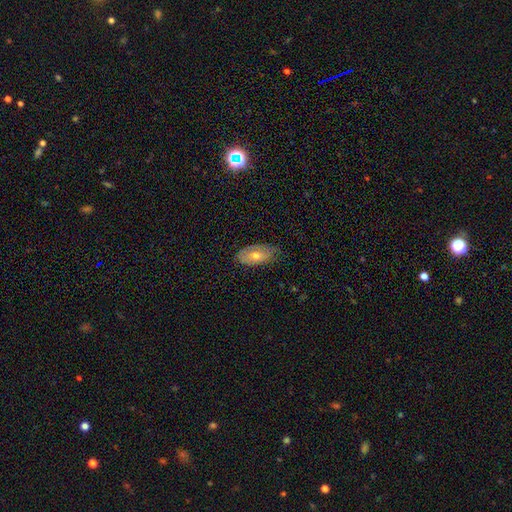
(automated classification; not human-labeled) This appears to be a smooth galaxy with no disk features (48%). Merging: none (68%).